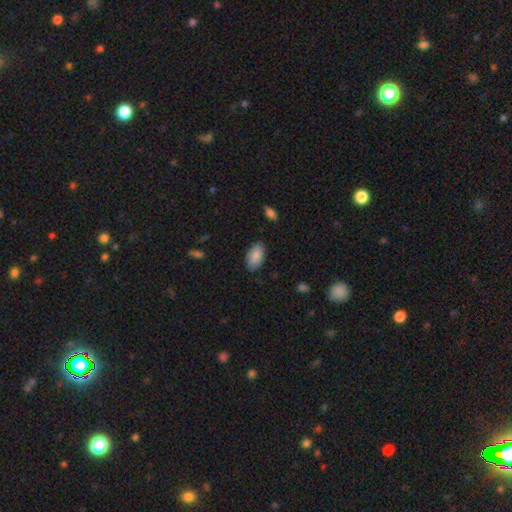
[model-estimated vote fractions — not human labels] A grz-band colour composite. It shows a smooth galaxy with no disk features (88%) that is in between round and cigar-shaped (95%). Merging: none (85%).